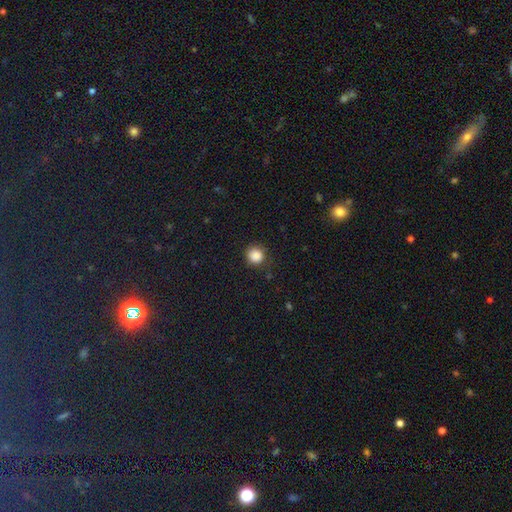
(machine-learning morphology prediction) Smooth or featured? Predicted: smooth (p=0.87). How rounded? Predicted: round (p=0.90). Merging? Predicted: none (p=0.84).